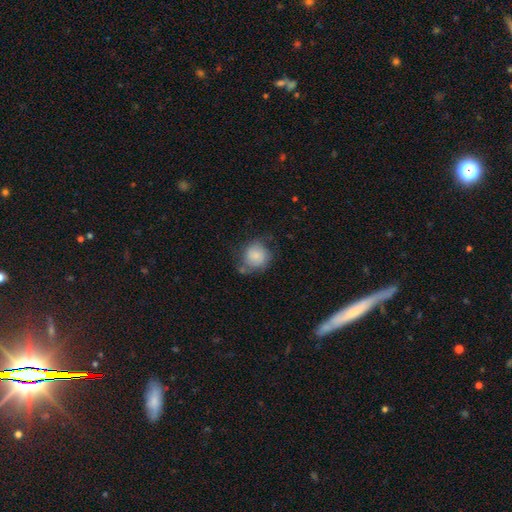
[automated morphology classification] This is likely a smooth galaxy (76%). How rounded: clearly round (83%). Merging: possibly none (54%).